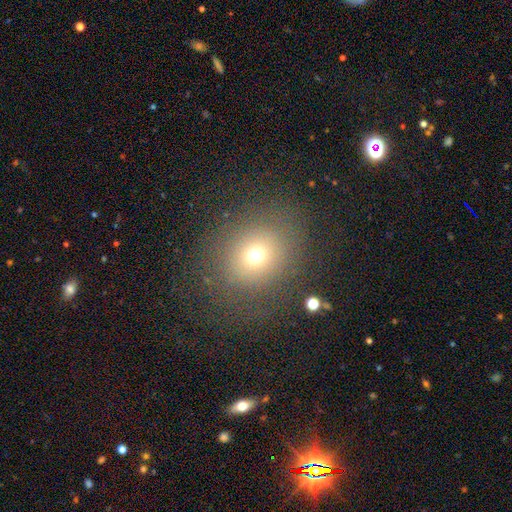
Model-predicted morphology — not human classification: Q: Smooth or featured?
A: smooth (69%); runner-up: star or artifact (19%)
Q: How rounded?
A: round (74%); runner-up: in between (25%)
Q: Merging?
A: none (78%); runner-up: minor disturbance (11%)